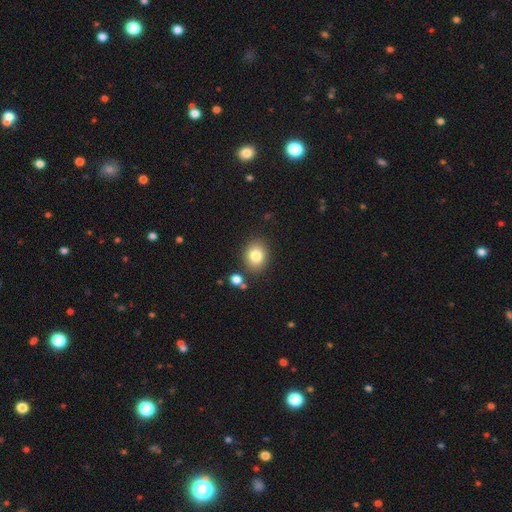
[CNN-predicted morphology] smooth-or-featured: smooth: 81% | star or artifact: 10% | featured or disk: 9%
  how-rounded: round: 52% | in between: 47% | cigar-shaped: 1%
  merging: none: 82% | minor disturbance: 9% | merger: 5% | major disturbance: 3%